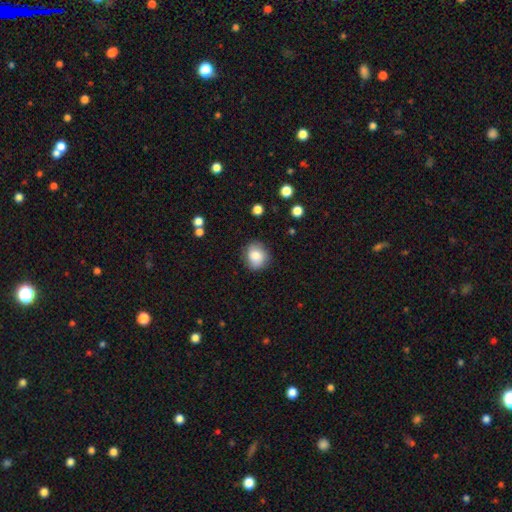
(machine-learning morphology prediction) Smooth or featured? Predicted: smooth (p=0.81). How rounded? Predicted: round (p=0.73). Merging? Predicted: none (p=0.80).